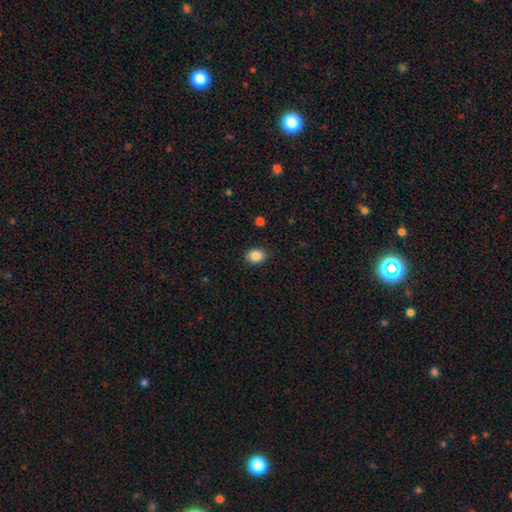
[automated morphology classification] smooth_or_featured: smooth (p=0.88) [alt: star or artifact p=0.08]
how_rounded: in between (p=0.63) [alt: round p=0.36]
merging: none (p=0.87) [alt: minor disturbance p=0.09]